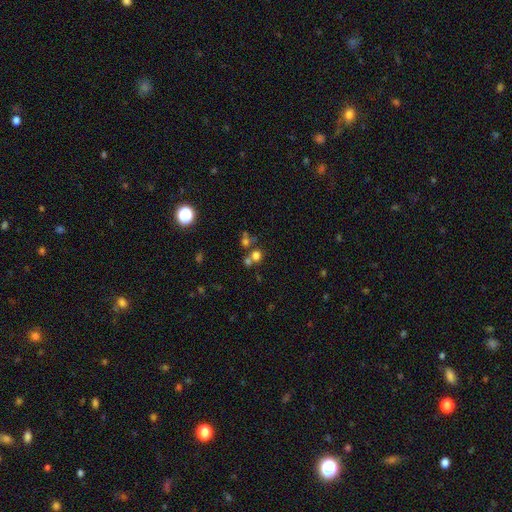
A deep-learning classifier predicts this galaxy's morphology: The model was most divided on "merging": none: 51%, merger: 38%, minor disturbance: 7%, major disturbance: 4%. More confident: how rounded — round (84%); smooth or featured — smooth (65%).